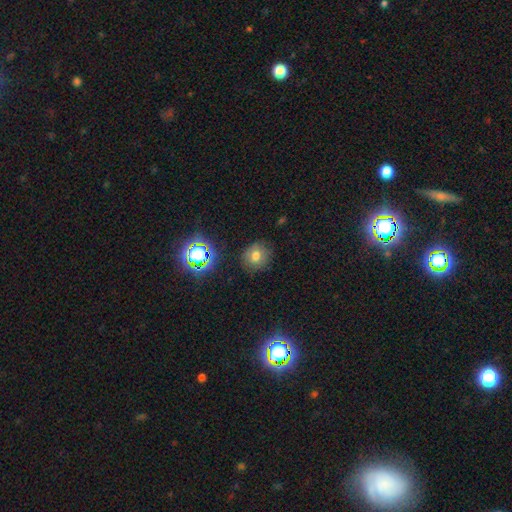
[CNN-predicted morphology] smooth 68%, star or artifact 21%, featured or disk 11%. Down the decision tree: how rounded — round (84%); merging — none (83%).